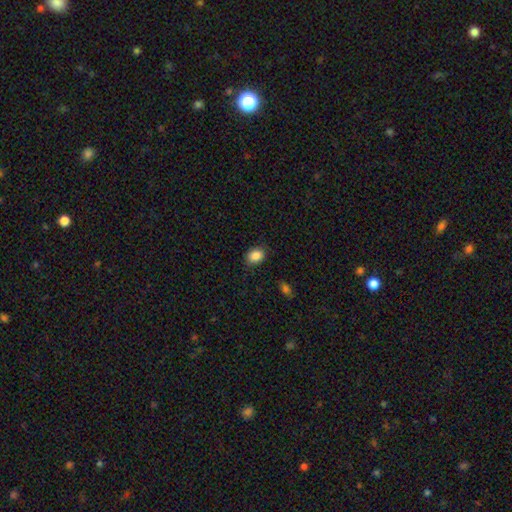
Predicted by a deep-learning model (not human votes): Smooth or featured: smooth — 87% (star or artifact — 9%)
How rounded: in between — 64% (round — 35%)
Merging: none — 84% (minor disturbance — 12%)